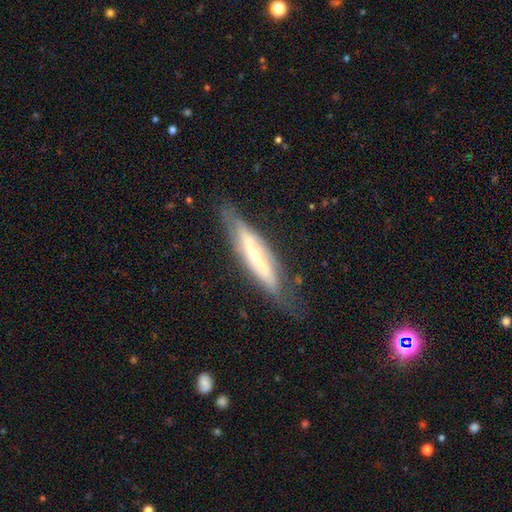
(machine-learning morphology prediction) The model was most divided on "edge-on disk": yes: 59%, no: 41%. More confident: merging — none (69%); smooth or featured — featured or disk (68%).